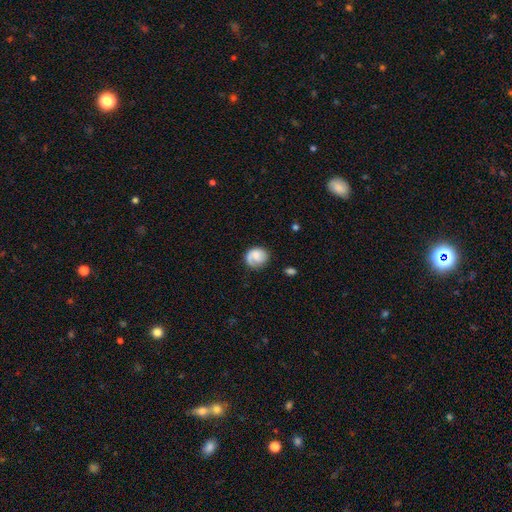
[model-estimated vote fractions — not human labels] Smooth or featured? Predicted: smooth (p=0.50). How rounded? Predicted: round (p=0.74). Merging? Predicted: none (p=0.65).